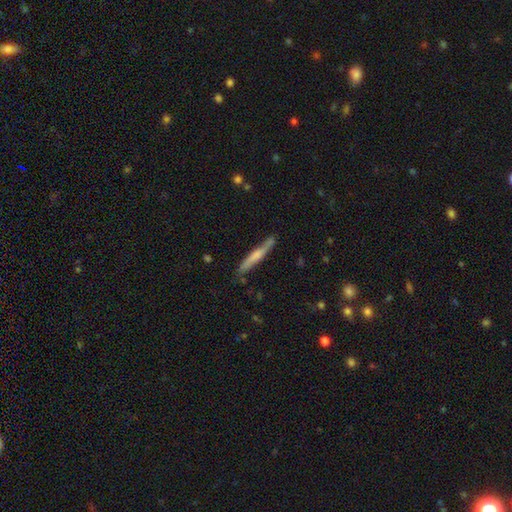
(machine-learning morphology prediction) Smooth or featured?
  - smooth: 51% *
  - featured or disk: 44%
  - star or artifact: 6%
How rounded?
  - cigar-shaped: 95% *
  - in between: 4%
  - round: 1%
Merging?
  - none: 81% *
  - minor disturbance: 14%
  - major disturbance: 2%
  - merger: 2%